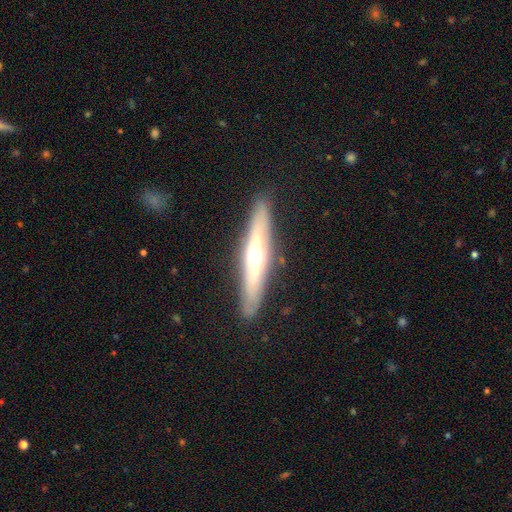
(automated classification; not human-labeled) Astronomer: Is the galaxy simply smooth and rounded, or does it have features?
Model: featured or disk — 64%.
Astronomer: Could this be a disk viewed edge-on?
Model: yes — 87%.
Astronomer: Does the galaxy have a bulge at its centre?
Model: rounded — 81%.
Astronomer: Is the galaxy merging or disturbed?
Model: none — 88%.